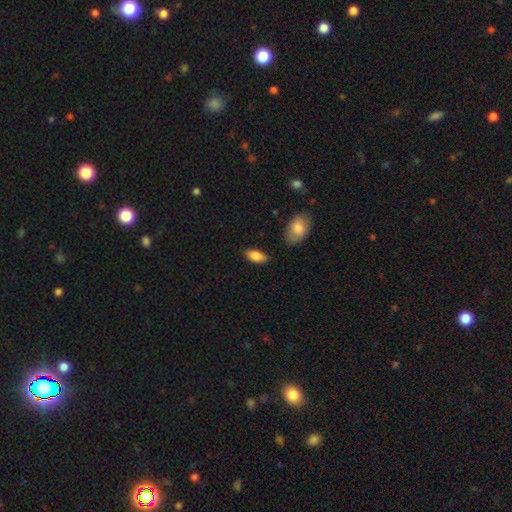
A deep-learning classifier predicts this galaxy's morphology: This appears to be a smooth galaxy with no disk features (83%) that is in between round and cigar-shaped (89%). Merging: none (84%).